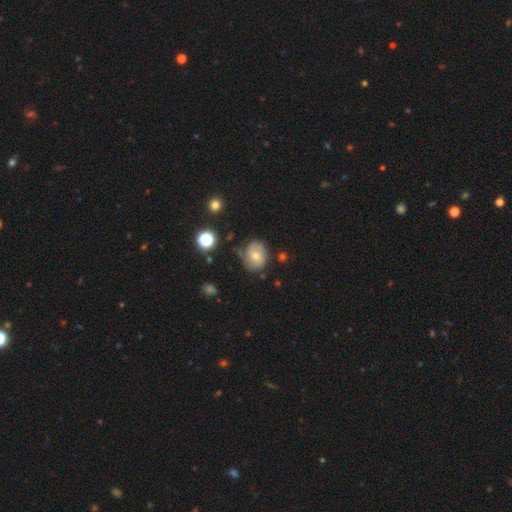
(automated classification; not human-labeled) Q: Smooth or featured?
A: featured or disk (51%); runner-up: smooth (39%)
Q: Edge-on disk?
A: no (96%); runner-up: yes (4%)
Q: Merging?
A: none (53%); runner-up: minor disturbance (30%)